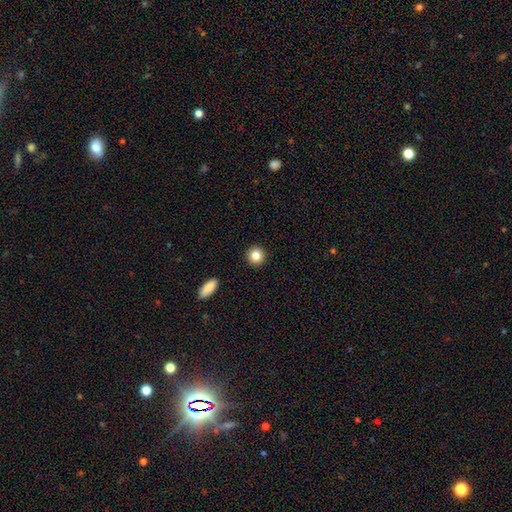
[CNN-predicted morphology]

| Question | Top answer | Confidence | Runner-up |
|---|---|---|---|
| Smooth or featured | smooth | 84% | star or artifact (10%) |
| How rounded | round | 93% | in between (6%) |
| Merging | none | 93% | minor disturbance (4%) |